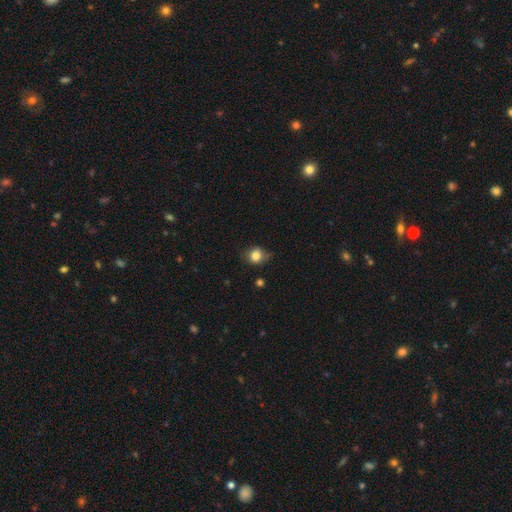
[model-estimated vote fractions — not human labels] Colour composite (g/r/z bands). It shows a smooth galaxy with no disk features (82%) that is round (69%). Merging: none (64%).